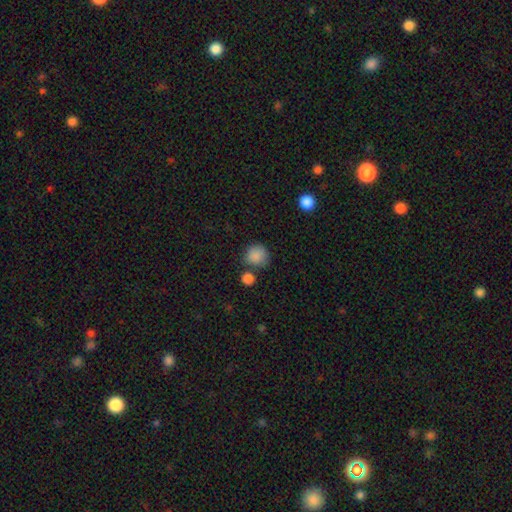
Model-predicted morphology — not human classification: smooth-or-featured: smooth: 86% | star or artifact: 10% | featured or disk: 4%
  how-rounded: round: 86% | in between: 13% | cigar-shaped: 1%
  merging: none: 69% | minor disturbance: 14% | merger: 12% | major disturbance: 5%